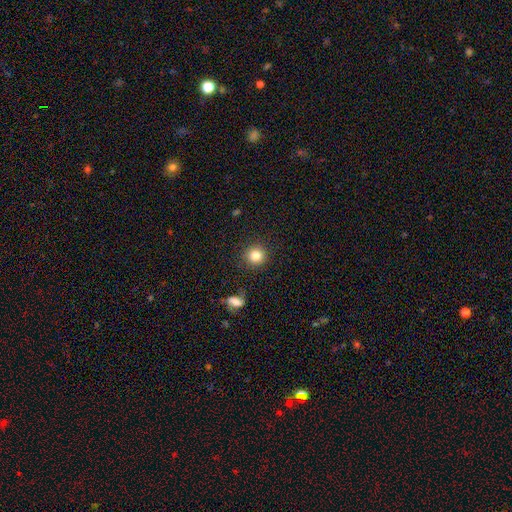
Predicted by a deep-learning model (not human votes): Q: Smooth or featured?
A: smooth (82%); runner-up: star or artifact (11%)
Q: How rounded?
A: round (92%); runner-up: in between (7%)
Q: Merging?
A: none (90%); runner-up: minor disturbance (6%)